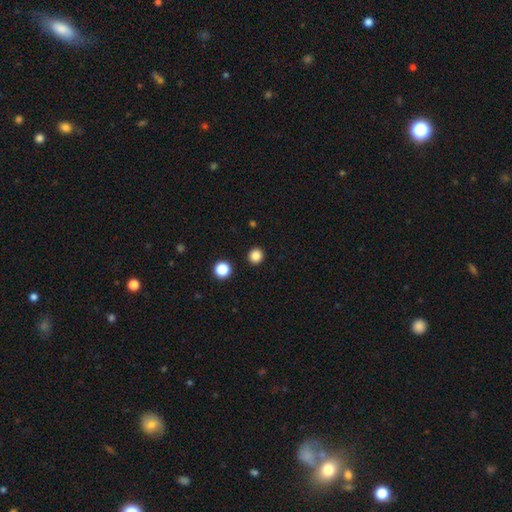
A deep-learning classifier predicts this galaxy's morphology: smooth-or-featured: smooth: 85% | star or artifact: 12% | featured or disk: 3%
  how-rounded: round: 94% | in between: 5% | cigar-shaped: 1%
  merging: none: 92% | minor disturbance: 4% | major disturbance: 2% | merger: 2%